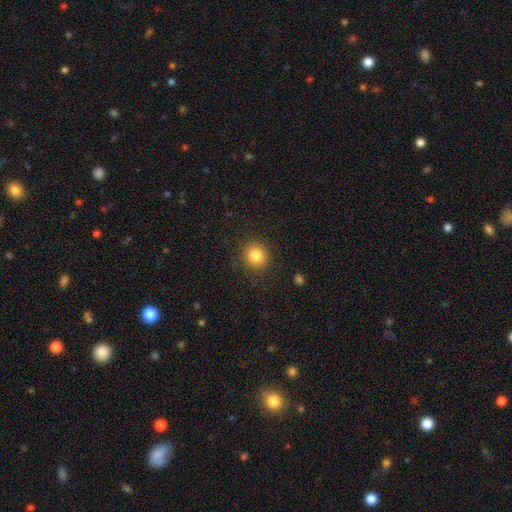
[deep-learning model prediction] Q: Smooth or featured?
A: smooth (84%); runner-up: star or artifact (11%)
Q: How rounded?
A: round (89%); runner-up: in between (10%)
Q: Merging?
A: none (88%); runner-up: minor disturbance (7%)